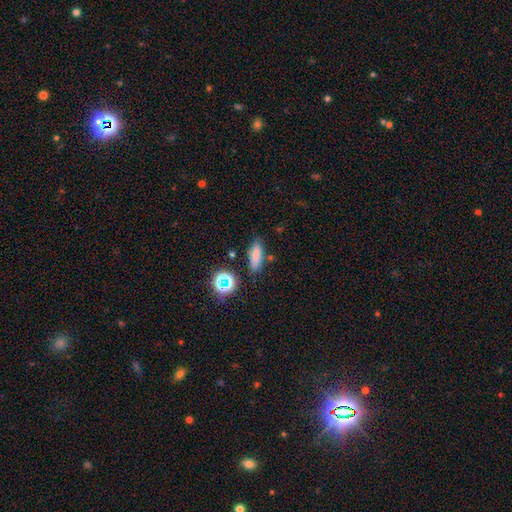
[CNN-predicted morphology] Smooth or featured: smooth — 76% (star or artifact — 15%)
How rounded: in between — 52% (cigar-shaped — 42%)
Merging: none — 79% (minor disturbance — 12%)